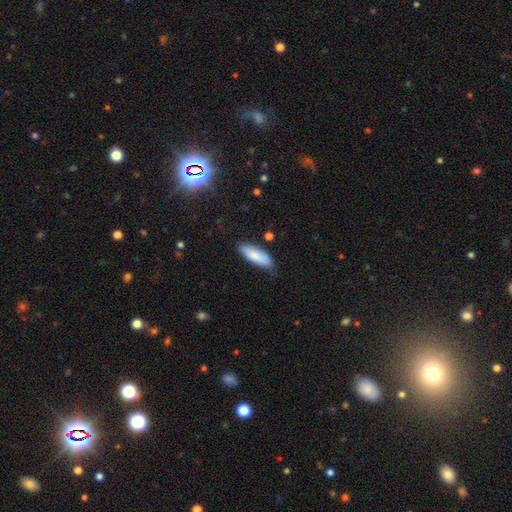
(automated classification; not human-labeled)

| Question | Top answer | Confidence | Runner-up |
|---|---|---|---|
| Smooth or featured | smooth | 85% | featured or disk (9%) |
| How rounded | in between | 65% | cigar-shaped (33%) |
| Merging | none | 72% | minor disturbance (22%) |